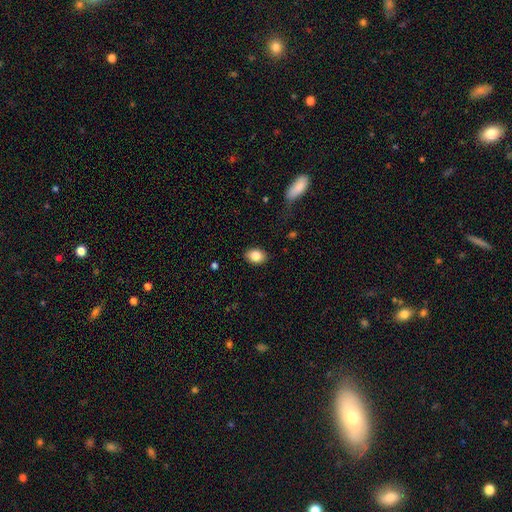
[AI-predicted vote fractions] A smooth galaxy with no disk features (84%) that is in between round and cigar-shaped (73%). Merging: none (88%).